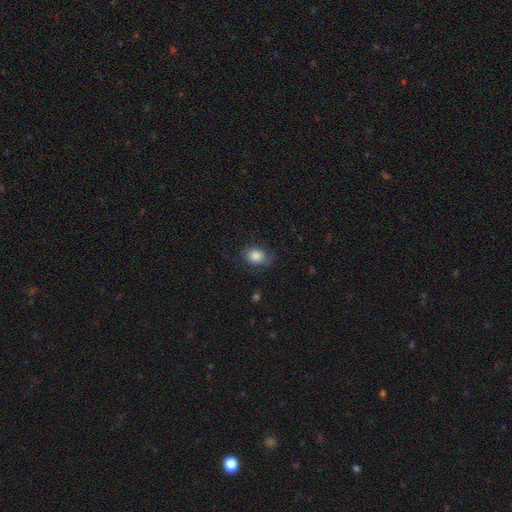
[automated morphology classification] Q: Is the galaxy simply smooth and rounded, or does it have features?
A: smooth — 83%.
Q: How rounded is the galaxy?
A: in between — 66%.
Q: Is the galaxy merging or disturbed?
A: none — 71%.